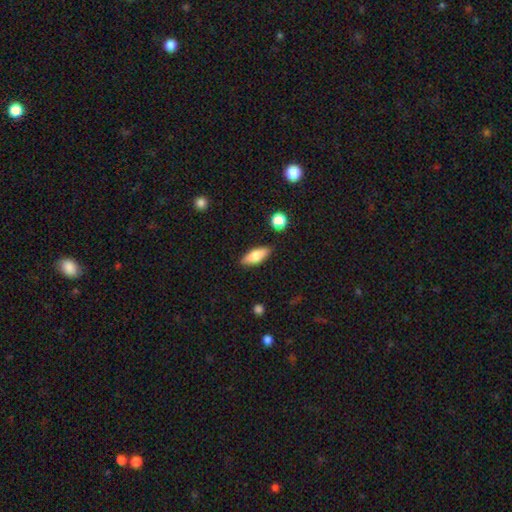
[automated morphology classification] The model was most divided on "how rounded": in between: 70%, cigar-shaped: 27%, round: 3%. More confident: merging — none (87%); smooth or featured — smooth (72%).